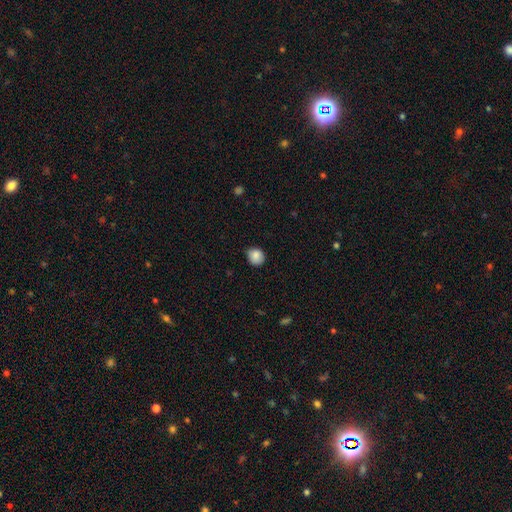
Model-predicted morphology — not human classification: Smooth or featured: smooth — 86% (star or artifact — 8%)
How rounded: round — 75% (in between — 24%)
Merging: none — 79% (minor disturbance — 17%)